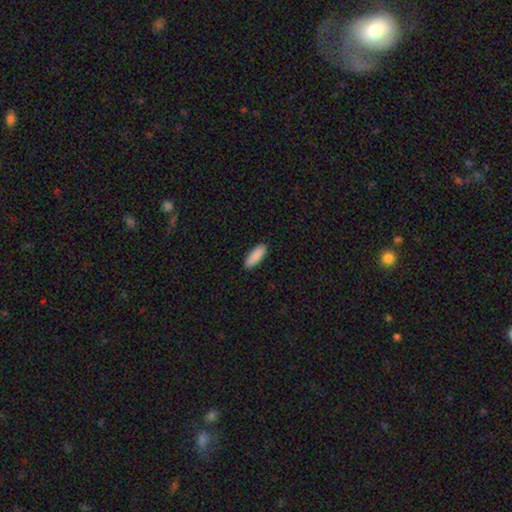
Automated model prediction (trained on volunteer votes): Overall: smooth (90%). How rounded: in between (66%; cigar-shaped 32%). Merging: none (90%).